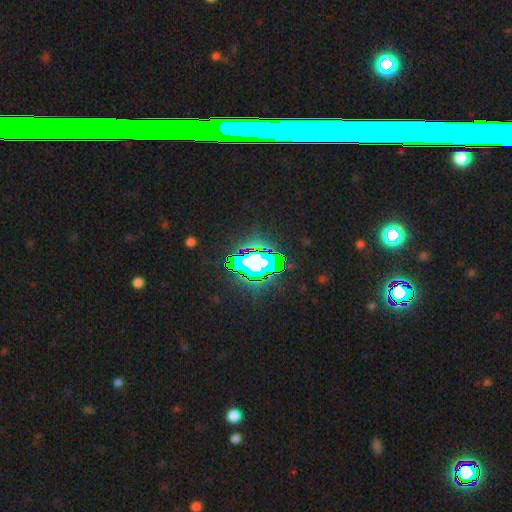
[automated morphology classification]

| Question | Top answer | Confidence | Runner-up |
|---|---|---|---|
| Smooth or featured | star or artifact | 69% | featured or disk (16%) |